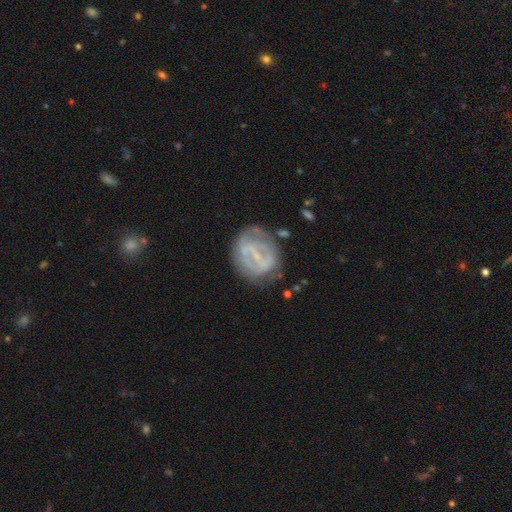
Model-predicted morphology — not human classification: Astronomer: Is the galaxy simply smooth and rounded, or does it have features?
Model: featured or disk — 70%.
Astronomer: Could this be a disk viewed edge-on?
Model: no — 96%.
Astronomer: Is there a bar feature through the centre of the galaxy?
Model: weak — 41% (runner-up: strong, 38%).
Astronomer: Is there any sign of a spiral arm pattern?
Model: yes — 51% (runner-up: no, 49%).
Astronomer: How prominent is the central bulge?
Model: small — 57%.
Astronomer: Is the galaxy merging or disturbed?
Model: none — 61%.